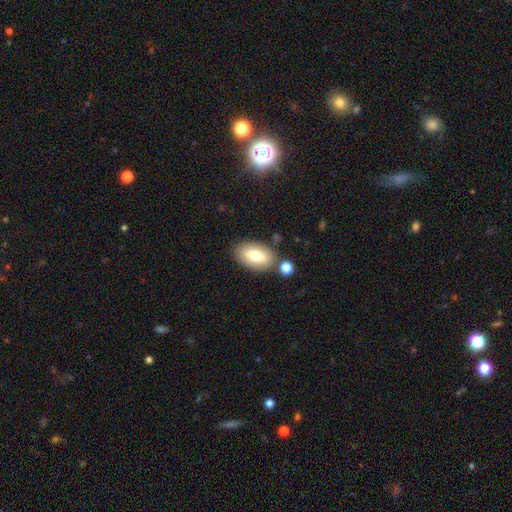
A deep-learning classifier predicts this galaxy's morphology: type=smooth (72%); roundness=in between (92%); merging=none (77%).